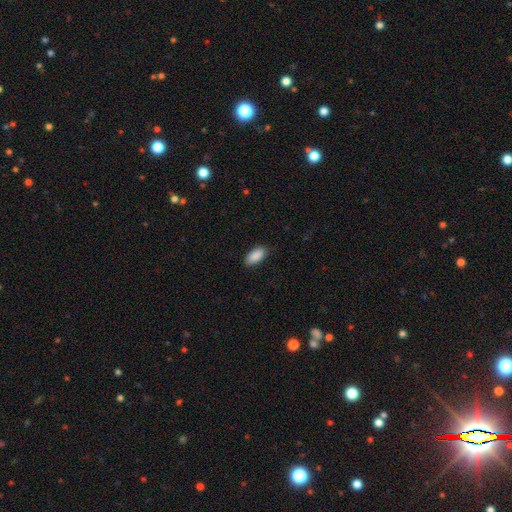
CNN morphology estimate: smooth-or-featured: smooth: 91% | star or artifact: 6% | featured or disk: 3%
  how-rounded: in between: 91% | cigar-shaped: 7% | round: 2%
  merging: none: 87% | minor disturbance: 10% | major disturbance: 2% | merger: 1%